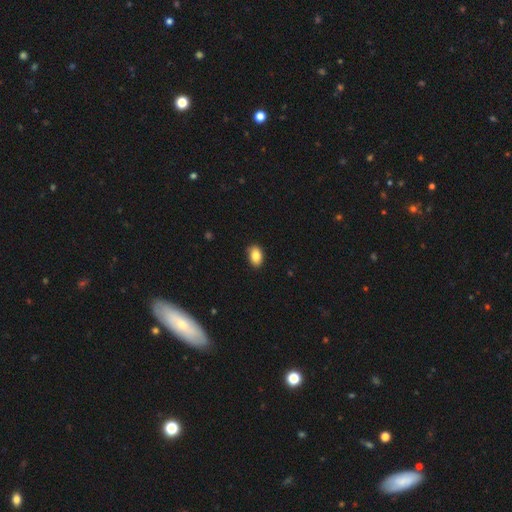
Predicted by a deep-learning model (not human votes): Smooth or featured?
  - smooth: 85% *
  - star or artifact: 8%
  - featured or disk: 7%
How rounded?
  - in between: 86% *
  - round: 13%
  - cigar-shaped: 1%
Merging?
  - none: 87% *
  - minor disturbance: 10%
  - major disturbance: 2%
  - merger: 1%